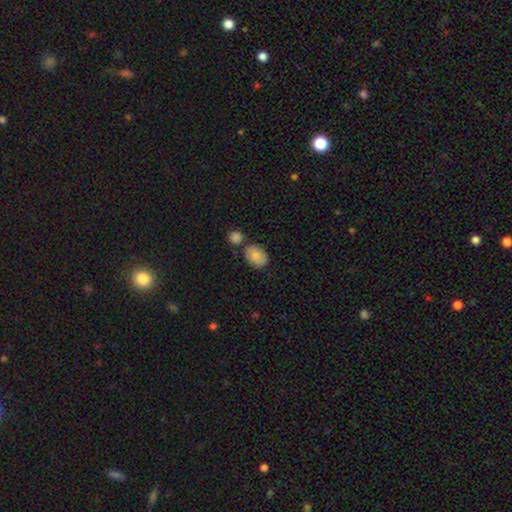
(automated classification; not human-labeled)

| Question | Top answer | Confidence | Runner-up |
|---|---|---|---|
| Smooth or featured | smooth | 80% | featured or disk (12%) |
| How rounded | in between | 69% | round (30%) |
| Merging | none | 58% | merger (20%) |